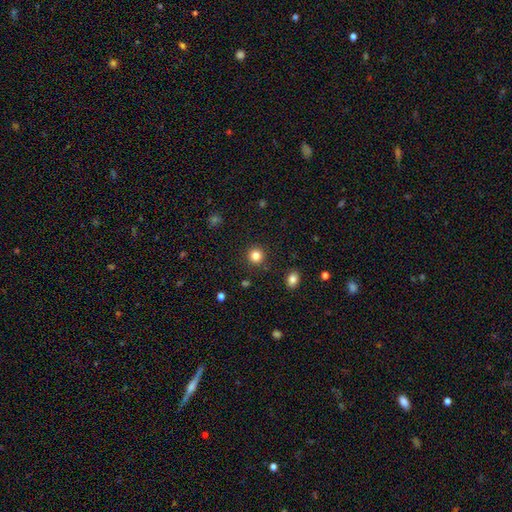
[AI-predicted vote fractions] Smooth or featured: smooth — 83% (star or artifact — 12%)
How rounded: round — 93% (in between — 6%)
Merging: none — 90% (minor disturbance — 6%)